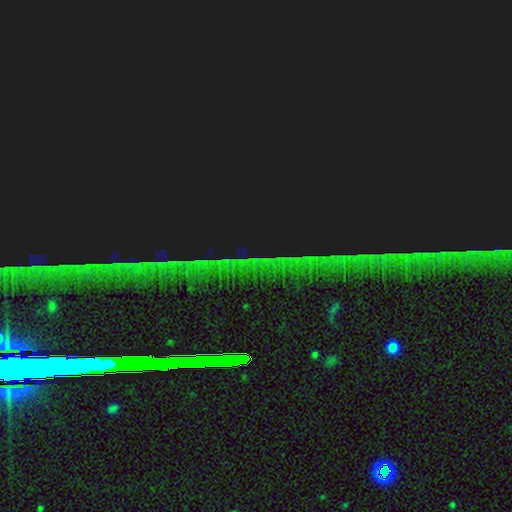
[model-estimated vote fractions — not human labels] A star or artifact, not a galaxy (86%).